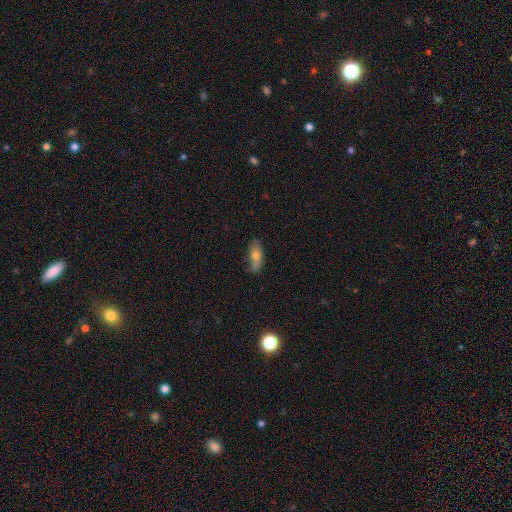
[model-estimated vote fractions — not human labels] Q: Smooth or featured?
A: smooth (62%); runner-up: featured or disk (29%)
Q: How rounded?
A: in between (73%); runner-up: cigar-shaped (23%)
Q: Merging?
A: none (62%); runner-up: minor disturbance (28%)